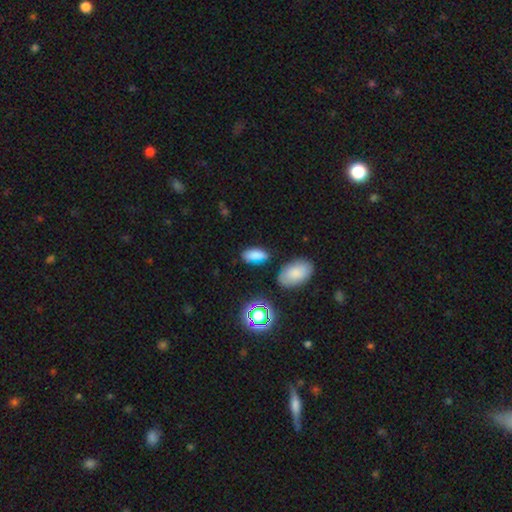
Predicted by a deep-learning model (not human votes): This appears to be a smooth galaxy with no disk features (79%) that is in between round and cigar-shaped (90%). Merging: none (76%).